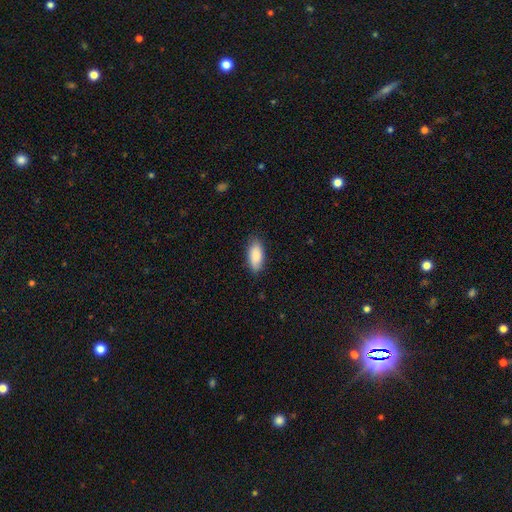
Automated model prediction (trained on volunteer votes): smooth 88%, featured or disk 7%, star or artifact 6%. Down the decision tree: how rounded — in between (86%); merging — none (83%).